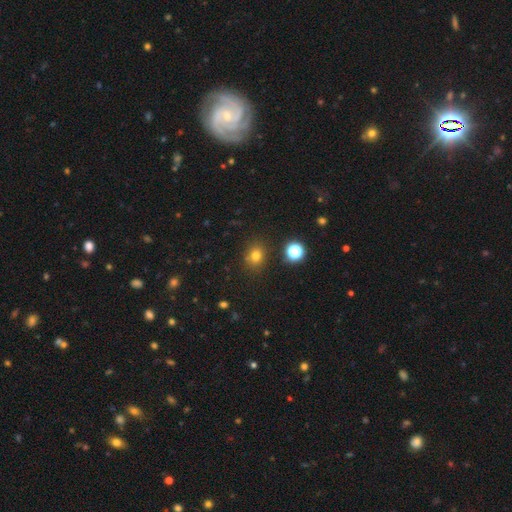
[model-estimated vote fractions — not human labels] The model was most divided on "how rounded": round: 65%, in between: 34%, cigar-shaped: 1%. More confident: merging — none (82%); smooth or featured — smooth (74%).